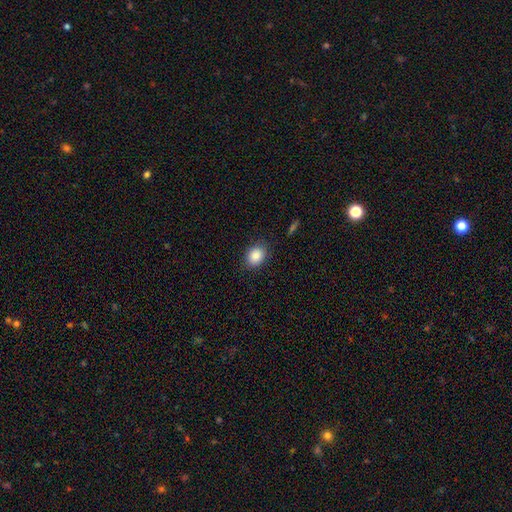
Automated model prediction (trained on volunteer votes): Morphology: type=smooth (88%); roundness=in between (63%); merging=none (85%).